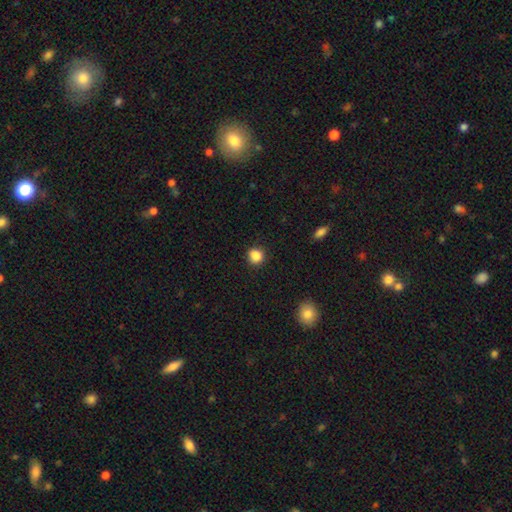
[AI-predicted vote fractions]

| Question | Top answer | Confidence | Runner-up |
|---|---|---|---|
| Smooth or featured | smooth | 86% | star or artifact (11%) |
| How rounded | round | 78% | in between (21%) |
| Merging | none | 85% | minor disturbance (11%) |